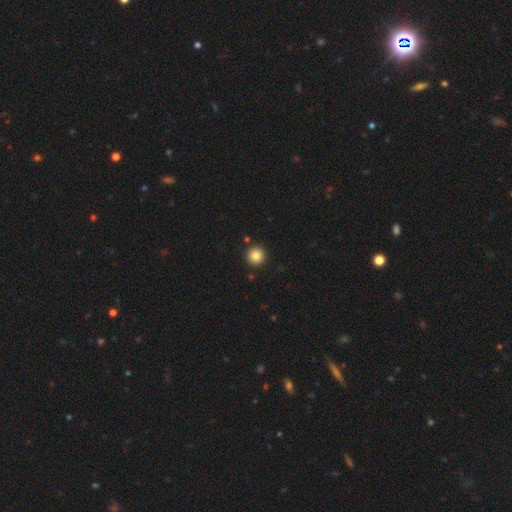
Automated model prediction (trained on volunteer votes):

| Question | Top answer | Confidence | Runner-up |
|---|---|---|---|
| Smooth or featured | smooth | 85% | star or artifact (10%) |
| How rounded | round | 95% | in between (4%) |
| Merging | none | 91% | minor disturbance (5%) |